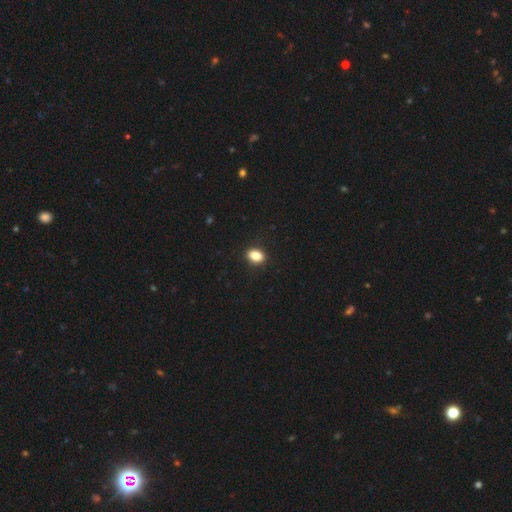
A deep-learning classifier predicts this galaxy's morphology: smooth_or_featured: smooth (p=0.85) [alt: star or artifact p=0.09]
how_rounded: in between (p=0.76) [alt: round p=0.22]
merging: none (p=0.90) [alt: minor disturbance p=0.08]